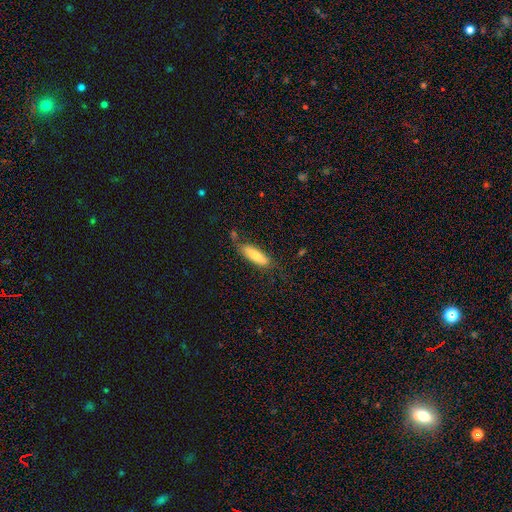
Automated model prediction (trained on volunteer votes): Q: Smooth or featured?
A: smooth (76%); runner-up: featured or disk (17%)
Q: How rounded?
A: cigar-shaped (54%); runner-up: in between (44%)
Q: Merging?
A: none (67%); runner-up: minor disturbance (22%)